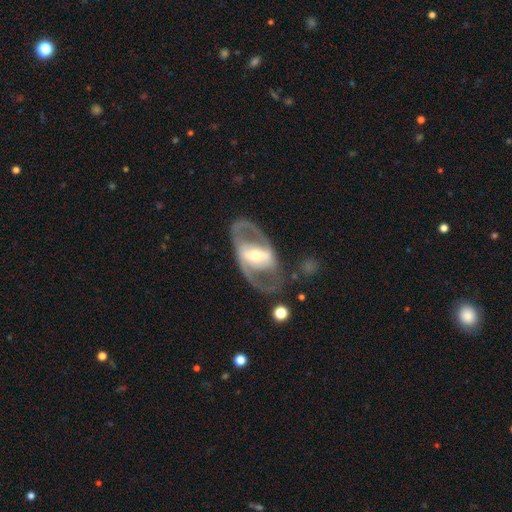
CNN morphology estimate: Smooth or featured? featured or disk (83%)
Edge-on disk? no (93%)
Bar? strong (58%)
Spiral arms? yes (66%)
Spiral winding? medium (50%)
Spiral arm count? 2 (82%)
Bulge size? moderate (52%)
Merging? none (68%)